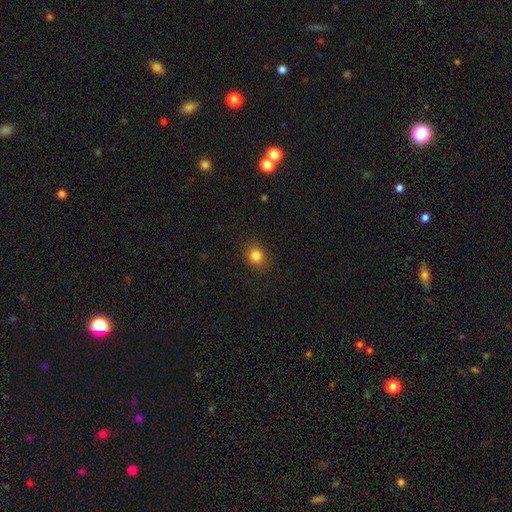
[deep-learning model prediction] smooth-or-featured: smooth: 84% | star or artifact: 11% | featured or disk: 5%
  how-rounded: round: 69% | in between: 30% | cigar-shaped: 1%
  merging: none: 88% | minor disturbance: 9% | major disturbance: 3% | merger: 1%